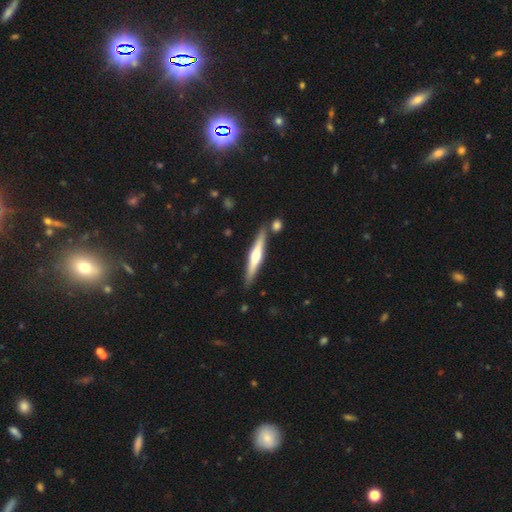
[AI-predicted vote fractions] This appears to be a featured or disk galaxy (63%) viewed edge-on (97%) with a rounded central bulge (88%). Merging: none (83%).